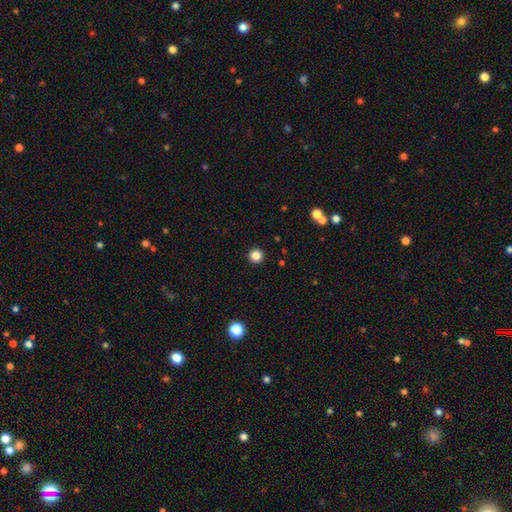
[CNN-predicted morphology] Smooth or featured: smooth — 85% (star or artifact — 12%)
How rounded: round — 96% (in between — 3%)
Merging: none — 93% (minor disturbance — 4%)